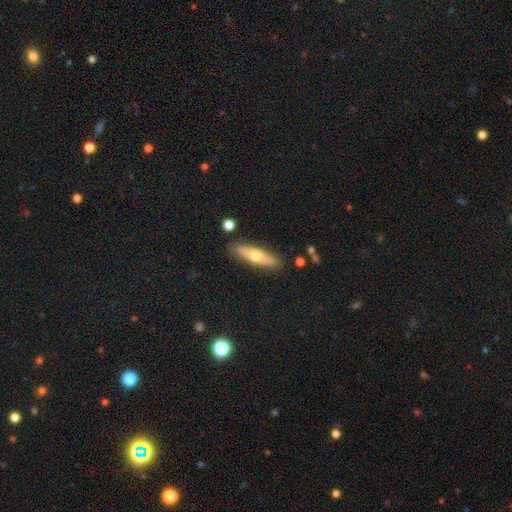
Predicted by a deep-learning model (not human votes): Overall: smooth (53%; featured or disk 40%). How rounded: cigar-shaped (66%; in between 32%). Merging: none (85%).